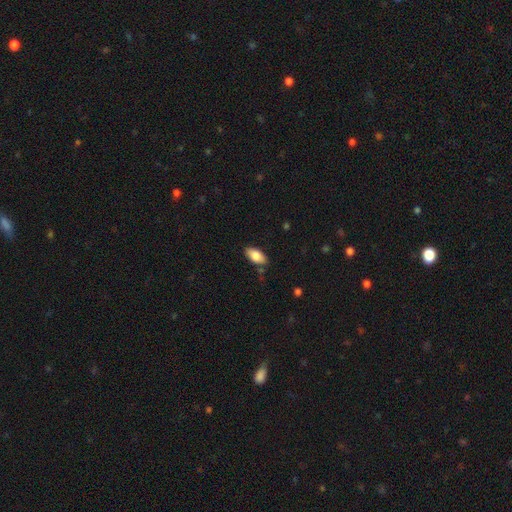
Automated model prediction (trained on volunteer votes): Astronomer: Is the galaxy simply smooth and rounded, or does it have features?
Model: smooth — 83%.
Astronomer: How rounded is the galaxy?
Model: in between — 91%.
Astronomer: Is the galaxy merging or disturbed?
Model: none — 81%.